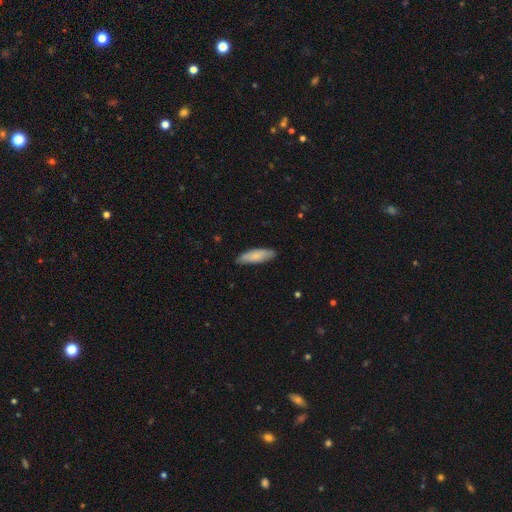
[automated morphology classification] This appears to be a smooth galaxy with no disk features (78%) that is in between round and cigar-shaped (51%). Merging: none (84%).